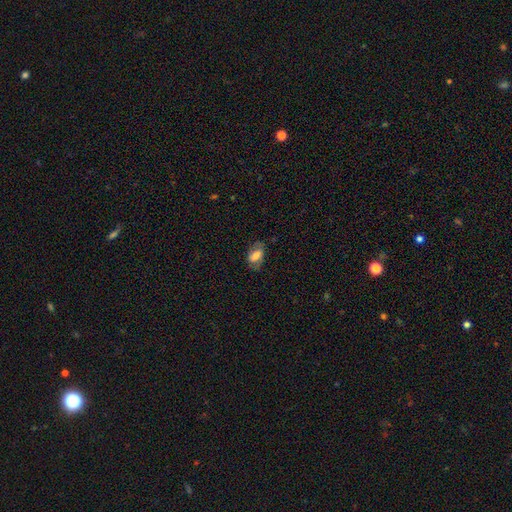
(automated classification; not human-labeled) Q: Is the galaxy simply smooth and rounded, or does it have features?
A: smooth — 63%.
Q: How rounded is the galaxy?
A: in between — 89%.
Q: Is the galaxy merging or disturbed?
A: none — 68%.